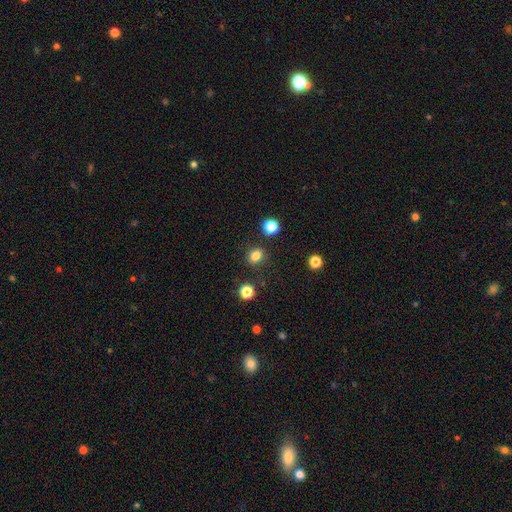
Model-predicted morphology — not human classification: Smooth or featured: smooth — 83% (star or artifact — 13%)
How rounded: round — 52% (in between — 47%)
Merging: none — 85% (minor disturbance — 9%)